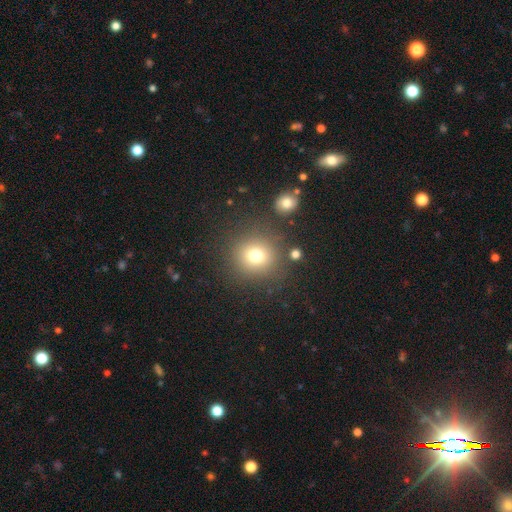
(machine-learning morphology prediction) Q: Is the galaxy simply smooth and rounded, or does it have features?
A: smooth — 74%.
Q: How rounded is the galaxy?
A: round — 90%.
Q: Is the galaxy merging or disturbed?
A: none — 82%.